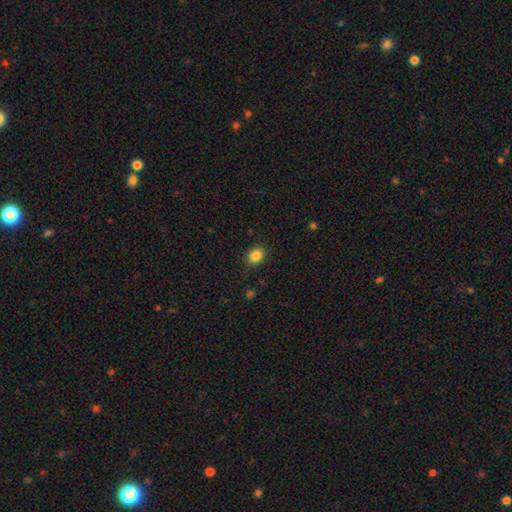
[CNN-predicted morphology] smooth_or_featured: smooth (p=0.86) [alt: star or artifact p=0.10]
how_rounded: round (p=0.59) [alt: in between p=0.40]
merging: none (p=0.84) [alt: minor disturbance p=0.12]